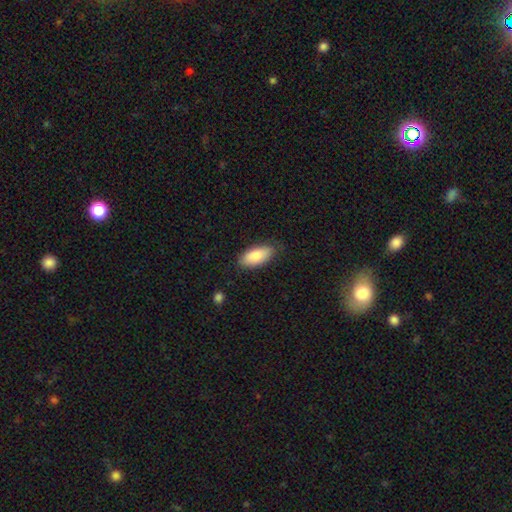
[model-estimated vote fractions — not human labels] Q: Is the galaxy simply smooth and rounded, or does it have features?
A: smooth — 82%.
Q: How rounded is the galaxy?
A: in between — 89%.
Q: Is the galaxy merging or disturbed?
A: none — 82%.